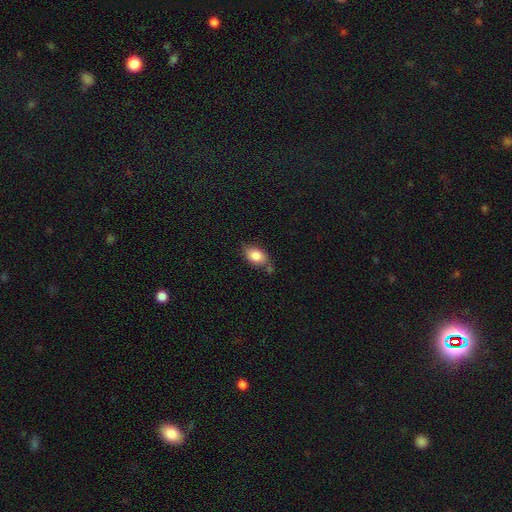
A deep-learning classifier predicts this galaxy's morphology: This is clearly a smooth galaxy (83%). How rounded: clearly in between (85%). Merging: likely none (66%).